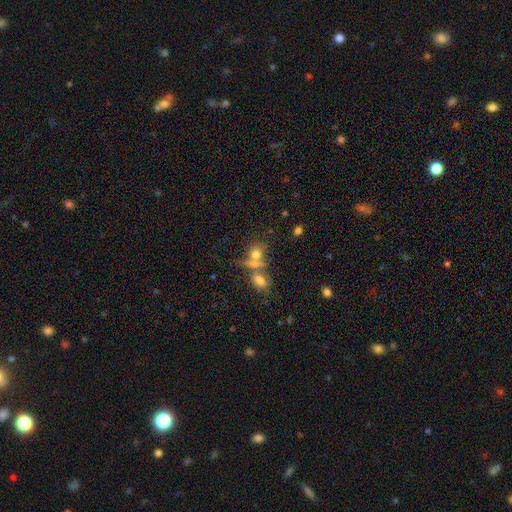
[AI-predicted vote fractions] Smooth or featured?
  - smooth: 59% *
  - star or artifact: 21%
  - featured or disk: 20%
How rounded?
  - round: 53% *
  - in between: 40%
  - cigar-shaped: 7%
Merging?
  - none: 44% *
  - merger: 41%
  - minor disturbance: 9%
  - major disturbance: 6%